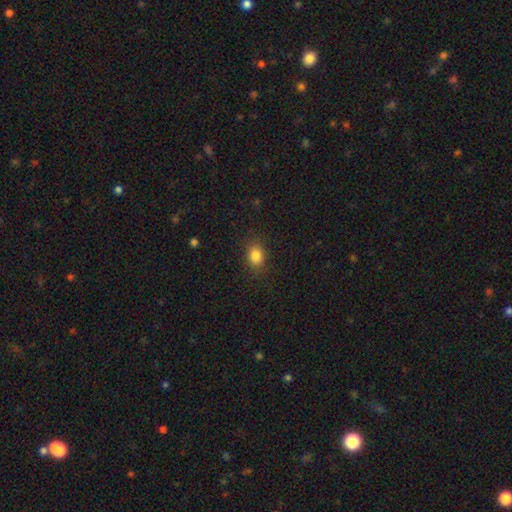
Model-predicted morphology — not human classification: A smooth galaxy with no disk features (84%) that is in between round and cigar-shaped (57%).

Vote fractions:
- Smooth or featured? smooth: 84% / star or artifact: 11% / featured or disk: 5%
- How rounded? in between: 57% / round: 42% / cigar-shaped: 1%
- Merging? none: 86% / minor disturbance: 10% / major disturbance: 3% / merger: 1%